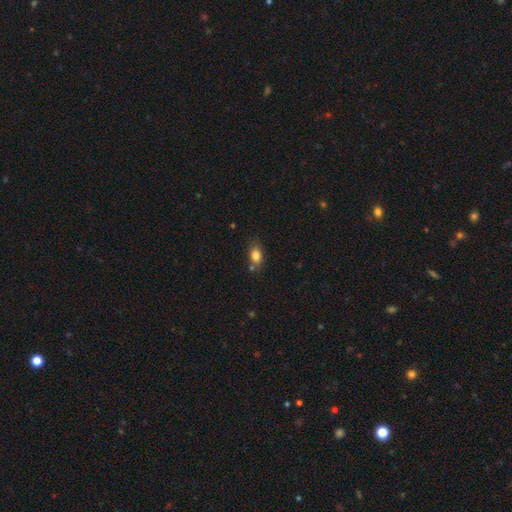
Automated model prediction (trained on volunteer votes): smooth-or-featured: smooth: 82% | star or artifact: 9% | featured or disk: 9%
  how-rounded: in between: 80% | round: 17% | cigar-shaped: 3%
  merging: none: 69% | minor disturbance: 18% | merger: 9% | major disturbance: 4%